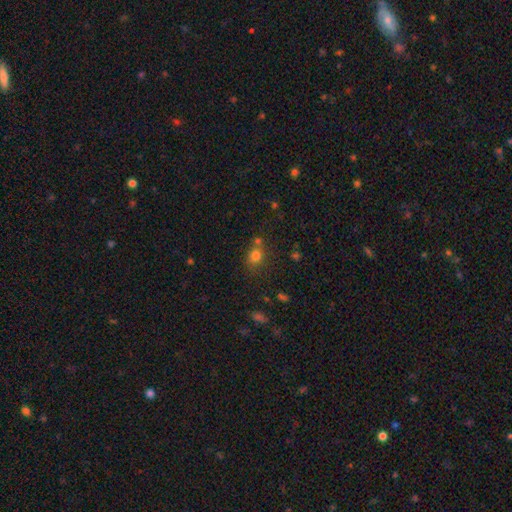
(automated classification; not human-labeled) This is likely a smooth galaxy (76%). How rounded: likely round (66%). Merging: possibly none (57%).